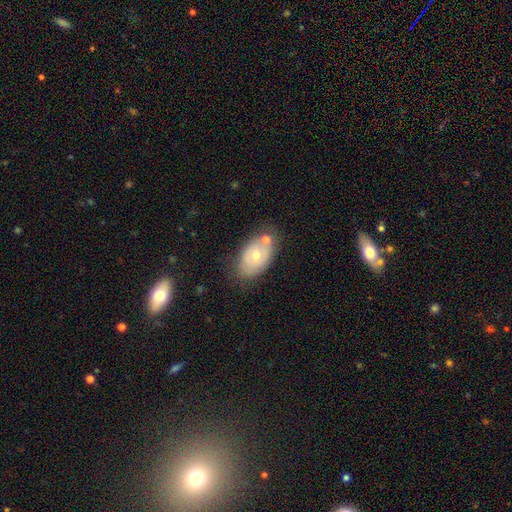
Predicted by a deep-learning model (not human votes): A smooth galaxy with no disk features (52%) that is in between round and cigar-shaped (89%).

Vote fractions:
- Smooth or featured? smooth: 52% / featured or disk: 40% / star or artifact: 8%
- How rounded? in between: 89% / round: 9% / cigar-shaped: 2%
- Merging? none: 54% / merger: 21% / minor disturbance: 19% / major disturbance: 6%